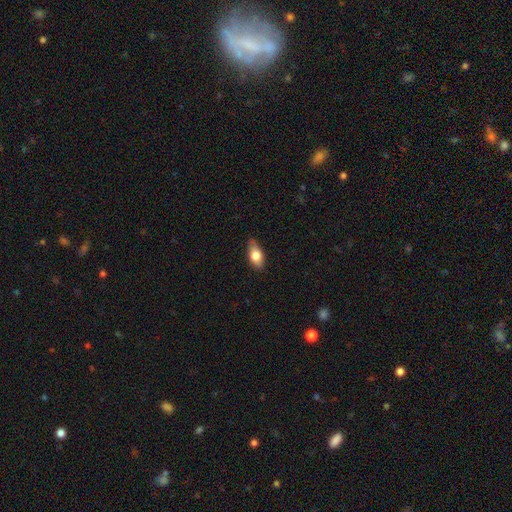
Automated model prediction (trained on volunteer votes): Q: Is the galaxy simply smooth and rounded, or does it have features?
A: smooth — 72%.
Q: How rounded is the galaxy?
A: in between — 85%.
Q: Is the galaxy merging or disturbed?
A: none — 80%.